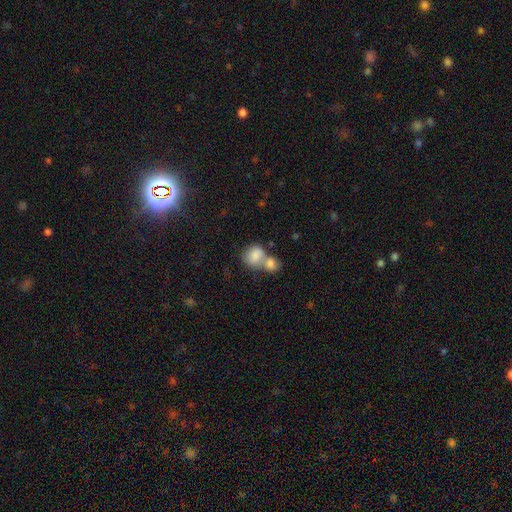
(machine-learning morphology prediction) Overall: smooth (82%). How rounded: round (60%; in between 39%). Merging: merger (65%).